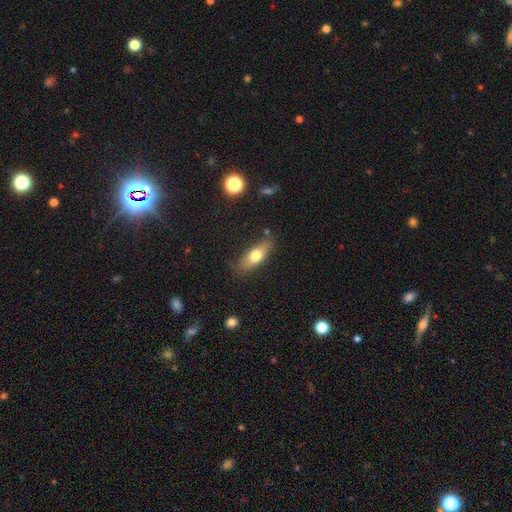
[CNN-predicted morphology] Smooth or featured?
  - smooth: 66% *
  - featured or disk: 27%
  - star or artifact: 7%
How rounded?
  - in between: 65% *
  - cigar-shaped: 31%
  - round: 4%
Merging?
  - none: 77% *
  - minor disturbance: 17%
  - major disturbance: 4%
  - merger: 2%